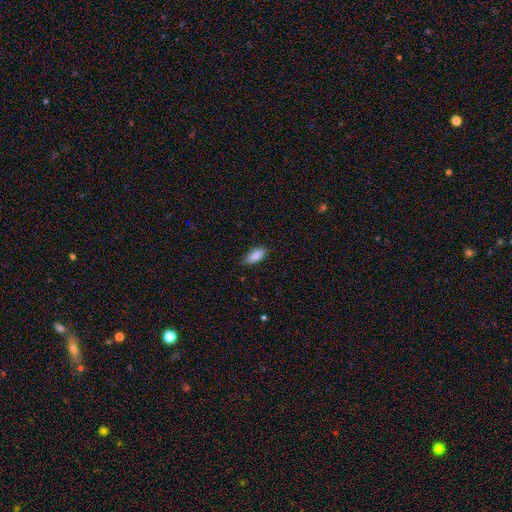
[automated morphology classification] type=smooth (87%); roundness=in between (87%); merging=none (74%).